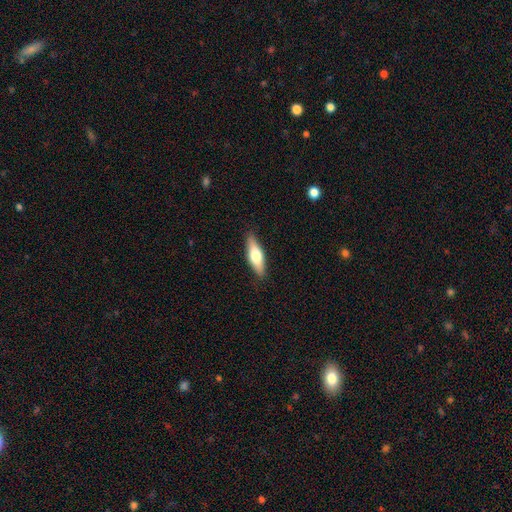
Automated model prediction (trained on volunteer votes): Q: Smooth or featured?
A: smooth (58%); runner-up: featured or disk (36%)
Q: How rounded?
A: cigar-shaped (50%); runner-up: in between (47%)
Q: Merging?
A: none (87%); runner-up: minor disturbance (10%)